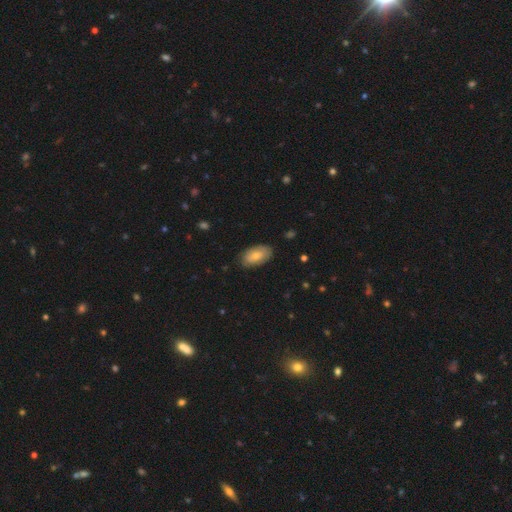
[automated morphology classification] smooth-or-featured: smooth: 73% | featured or disk: 21% | star or artifact: 6%
  how-rounded: in between: 94% | round: 4% | cigar-shaped: 2%
  merging: none: 81% | minor disturbance: 15% | major disturbance: 3% | merger: 1%